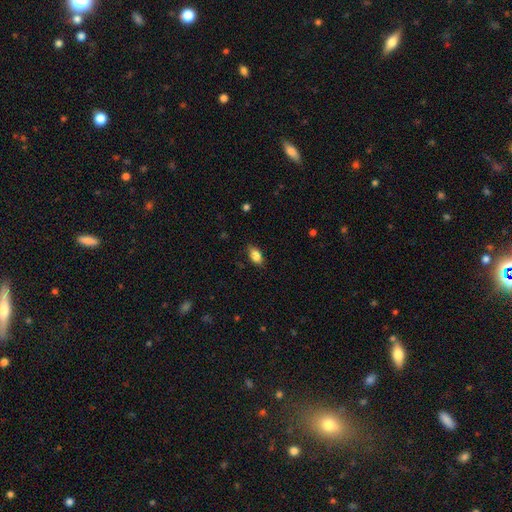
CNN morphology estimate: Smooth or featured?
  - smooth: 85% *
  - star or artifact: 8%
  - featured or disk: 7%
How rounded?
  - in between: 88% *
  - round: 8%
  - cigar-shaped: 4%
Merging?
  - none: 81% *
  - minor disturbance: 15%
  - major disturbance: 3%
  - merger: 1%